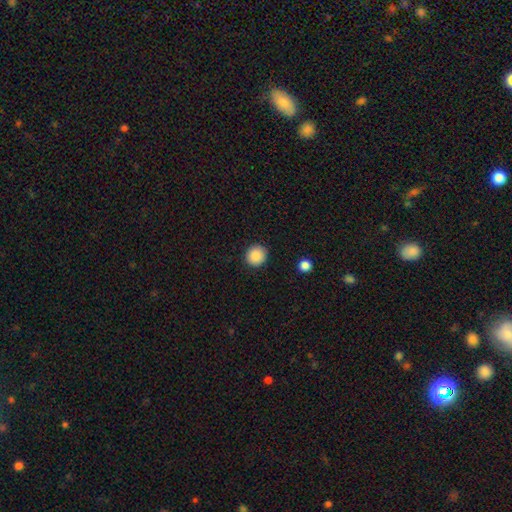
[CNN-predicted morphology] type=smooth (88%); roundness=round (93%); merging=none (91%).